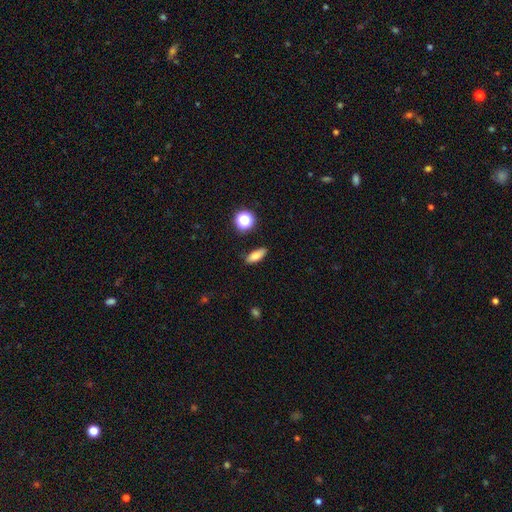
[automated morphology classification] This appears to be a smooth galaxy with no disk features (79%) that is in between round and cigar-shaped (71%). Merging: none (84%).